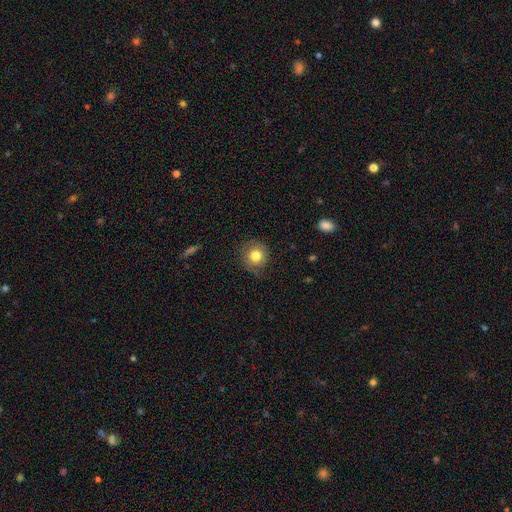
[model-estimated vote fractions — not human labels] smooth_or_featured: smooth (p=0.78) [alt: featured or disk p=0.12]
how_rounded: round (p=0.89) [alt: in between p=0.10]
merging: none (p=0.73) [alt: minor disturbance p=0.19]